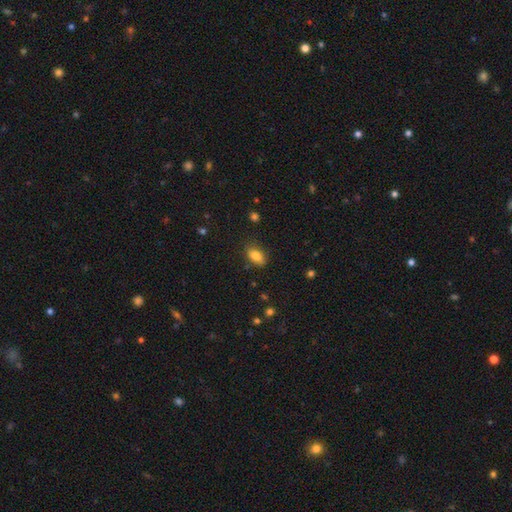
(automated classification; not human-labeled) smooth 83%, star or artifact 9%, featured or disk 8%. Down the decision tree: how rounded — in between (88%); merging — none (79%).